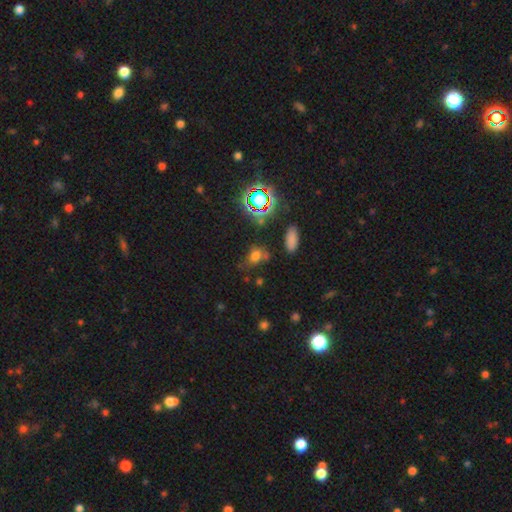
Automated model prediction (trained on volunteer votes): This appears to be a smooth galaxy with no disk features (60%) that is in between round and cigar-shaped (58%). Merging: none (59%).